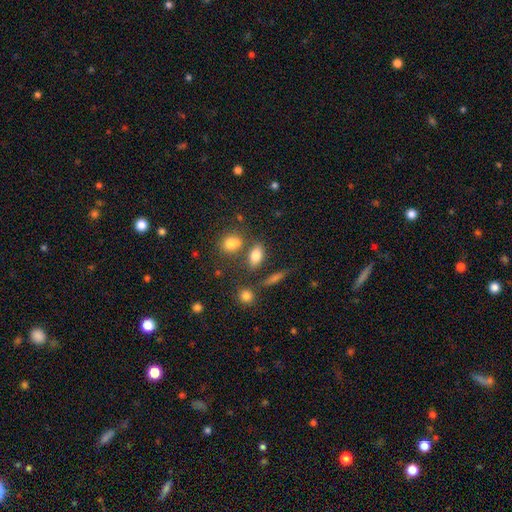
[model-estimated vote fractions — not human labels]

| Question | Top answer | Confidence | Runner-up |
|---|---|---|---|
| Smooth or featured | smooth | 78% | featured or disk (11%) |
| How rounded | in between | 81% | round (12%) |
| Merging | none | 65% | merger (17%) |